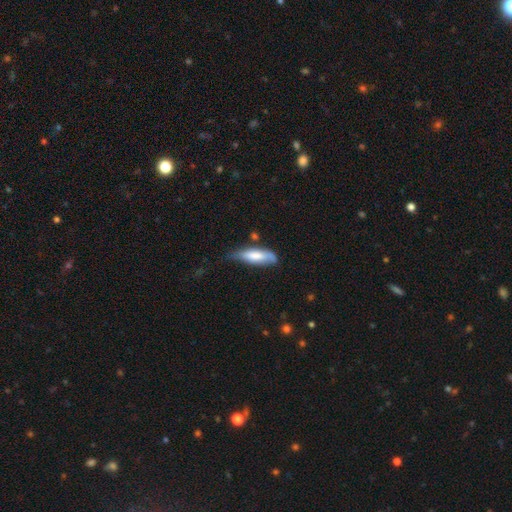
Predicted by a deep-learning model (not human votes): smooth-or-featured: smooth: 69% | featured or disk: 25% | star or artifact: 6%
  how-rounded: in between: 51% | cigar-shaped: 48% | round: 2%
  merging: none: 41% (tied) | minor disturbance: 41% (tied) | major disturbance: 13% | merger: 5%